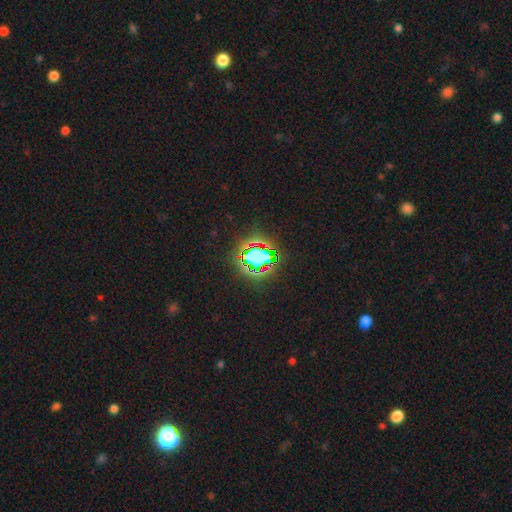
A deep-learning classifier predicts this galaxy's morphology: A star or artifact, not a galaxy (64%).